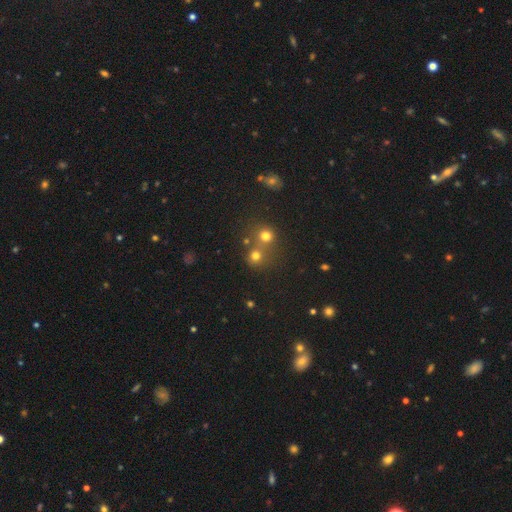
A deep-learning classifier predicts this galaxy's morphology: Smooth or featured? Predicted: smooth (p=0.71). How rounded? Predicted: round (p=0.85). Merging? Predicted: none (p=0.51).